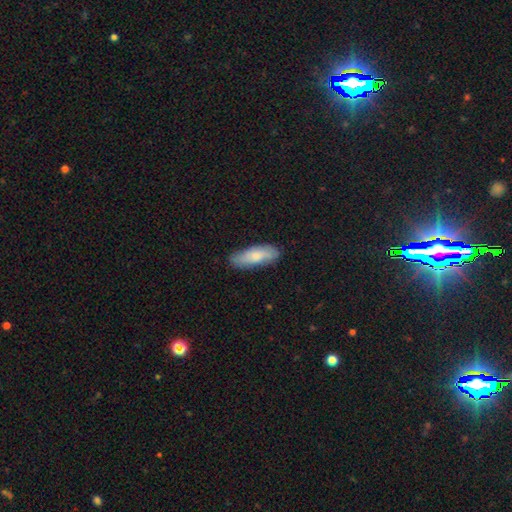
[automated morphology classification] This is likely a smooth galaxy (74%). How rounded: possibly in between (57%). Merging: likely none (77%).